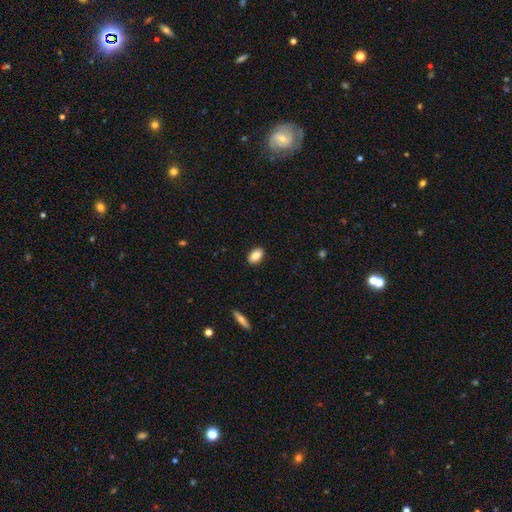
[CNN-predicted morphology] Overall: smooth (86%). How rounded: in between (90%). Merging: none (89%).